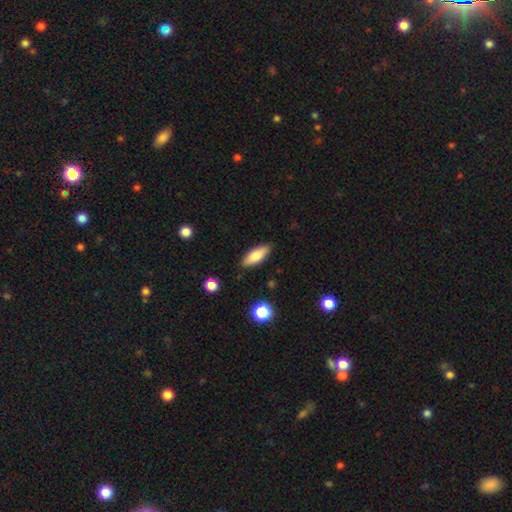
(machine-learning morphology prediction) smooth_or_featured: smooth (p=0.75) [alt: featured or disk p=0.18]
how_rounded: in between (p=0.68) [alt: cigar-shaped p=0.29]
merging: none (p=0.87) [alt: minor disturbance p=0.10]